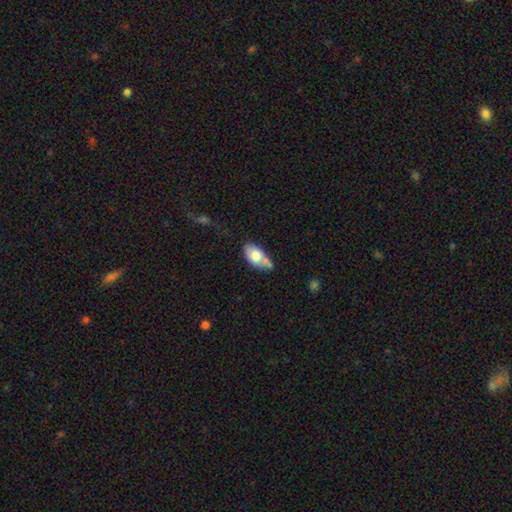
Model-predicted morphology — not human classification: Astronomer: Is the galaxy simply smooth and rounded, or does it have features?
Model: smooth — 73%.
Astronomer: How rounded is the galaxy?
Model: in between — 92%.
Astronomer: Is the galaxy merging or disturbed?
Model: none — 46% (runner-up: merger, 24%).